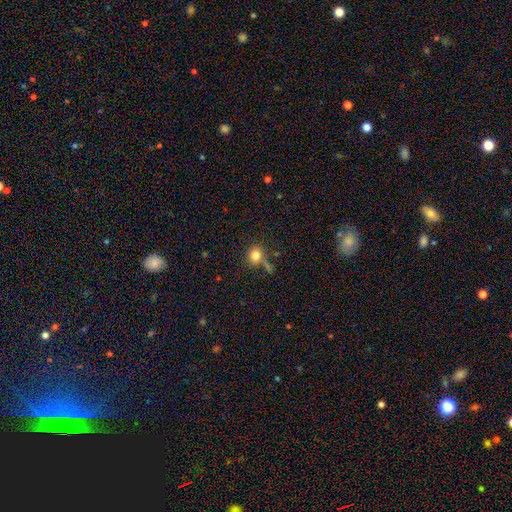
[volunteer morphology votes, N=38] Smooth or featured: smooth — 84% (featured or disk — 8%)
How rounded: round — 66% (in between — 34%)
Merging: none — 43% (merger — 37%)